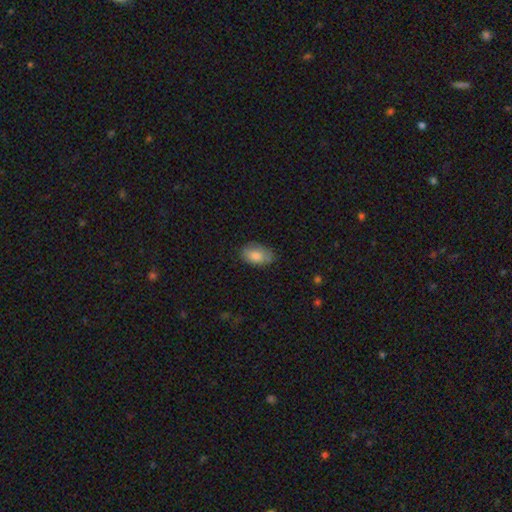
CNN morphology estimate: type=smooth (83%); roundness=in between (91%); merging=none (75%).